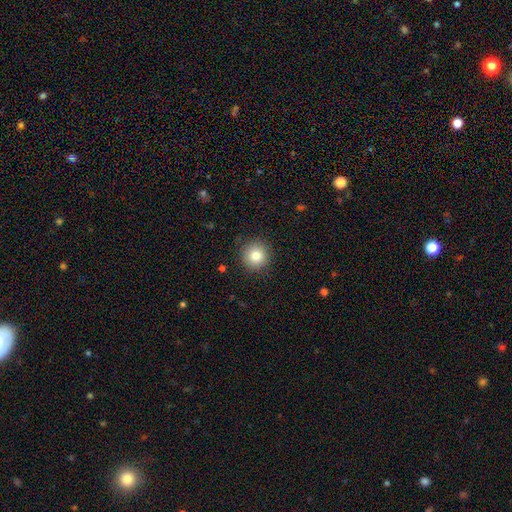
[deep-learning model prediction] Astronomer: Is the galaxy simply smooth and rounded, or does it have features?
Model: smooth — 81%.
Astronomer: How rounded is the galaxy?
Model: round — 94%.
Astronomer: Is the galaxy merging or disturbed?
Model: none — 89%.